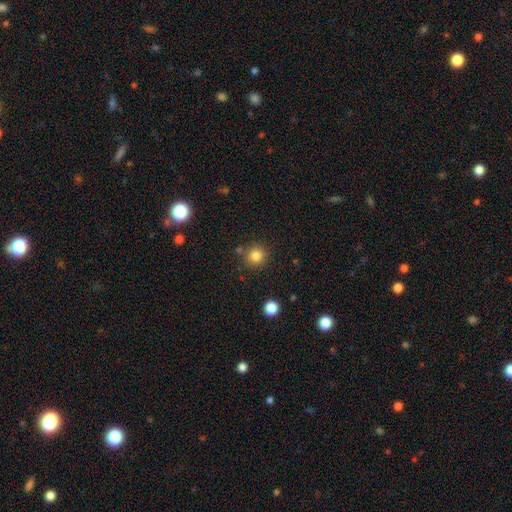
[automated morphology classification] A smooth galaxy with no disk features (83%) that is round (93%).

Vote fractions:
- Smooth or featured? smooth: 83% / star or artifact: 12% / featured or disk: 5%
- How rounded? round: 93% / in between: 6% / cigar-shaped: 1%
- Merging? none: 84% / minor disturbance: 8% / merger: 6% / major disturbance: 3%